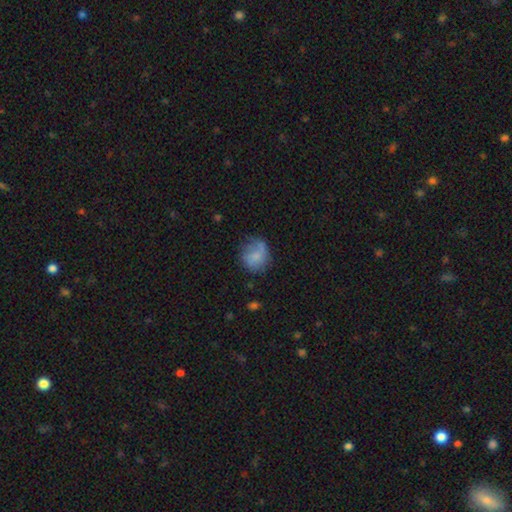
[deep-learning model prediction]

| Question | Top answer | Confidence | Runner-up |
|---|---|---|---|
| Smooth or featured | smooth | 66% | featured or disk (24%) |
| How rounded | round | 70% | in between (29%) |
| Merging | none | 48% | minor disturbance (30%) |